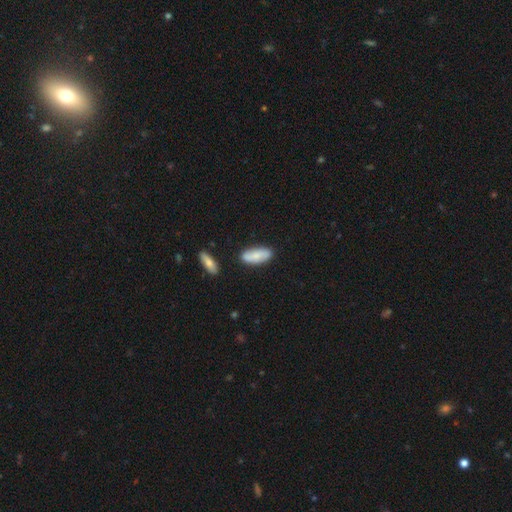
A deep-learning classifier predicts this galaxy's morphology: Q: Smooth or featured?
A: smooth (74%); runner-up: featured or disk (20%)
Q: How rounded?
A: in between (75%); runner-up: cigar-shaped (23%)
Q: Merging?
A: none (80%); runner-up: minor disturbance (13%)